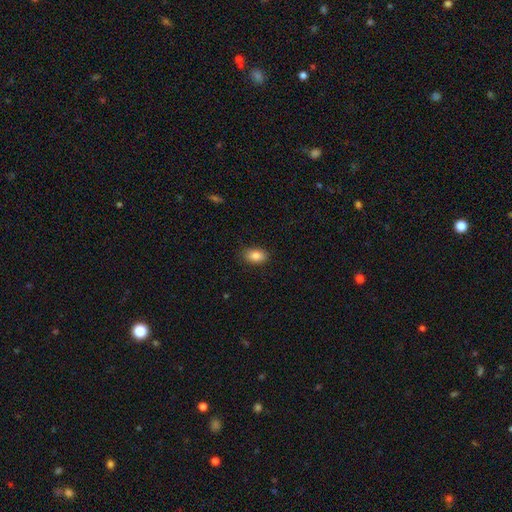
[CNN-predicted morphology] Smooth or featured? smooth (86%)
How rounded? in between (89%)
Merging? none (86%)